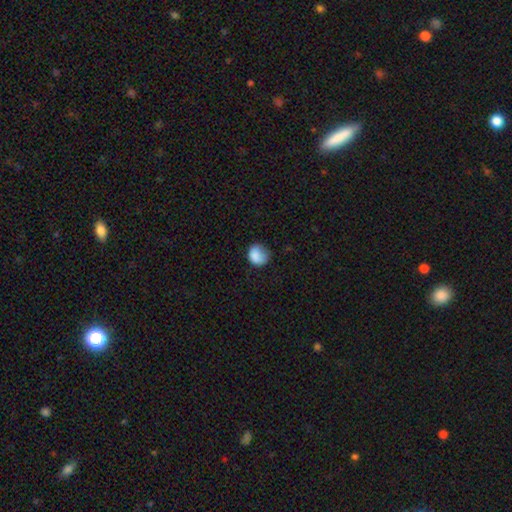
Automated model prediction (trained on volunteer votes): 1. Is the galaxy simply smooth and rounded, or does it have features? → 83% smooth, 9% featured or disk, 8% star or artifact.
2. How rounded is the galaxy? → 73% round, 26% in between, 1% cigar-shaped.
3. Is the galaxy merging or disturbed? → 52% none, 32% minor disturbance, 14% major disturbance, 2% merger.